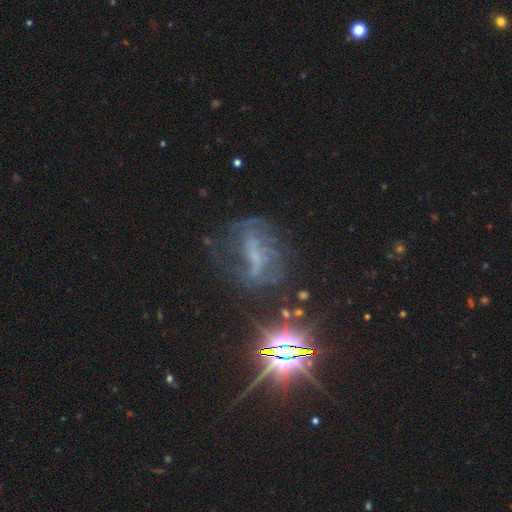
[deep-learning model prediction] Smooth or featured? Predicted: featured or disk (p=0.49). Merging? Predicted: none (p=0.48).